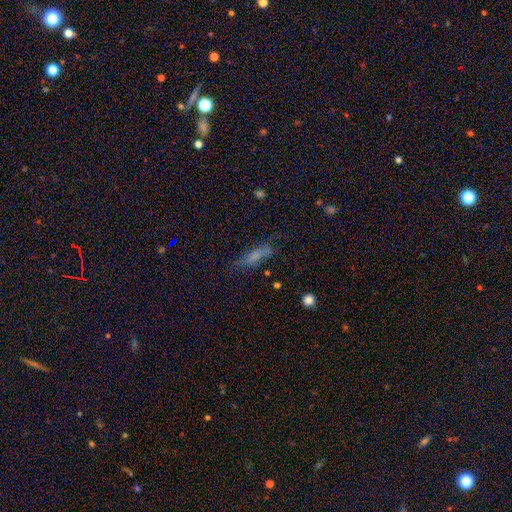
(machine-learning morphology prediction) A smooth galaxy with no disk features (63%) that is cigar-shaped (64%). Merging: none (63%).